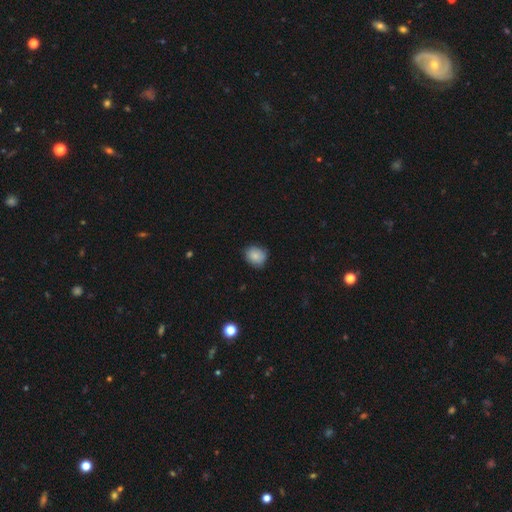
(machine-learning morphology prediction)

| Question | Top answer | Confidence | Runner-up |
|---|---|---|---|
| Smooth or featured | smooth | 85% | star or artifact (8%) |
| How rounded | round | 66% | in between (33%) |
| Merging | none | 77% | minor disturbance (19%) |